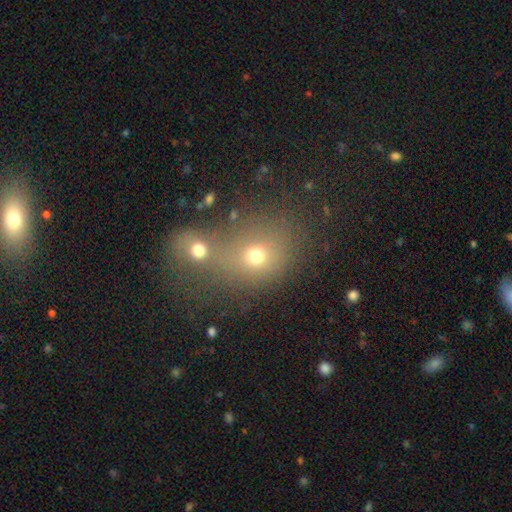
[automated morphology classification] smooth-or-featured: smooth: 67% | star or artifact: 20% | featured or disk: 14%
  how-rounded: round: 66% | in between: 33% | cigar-shaped: 1%
  merging: merger: 55% | none: 33% | minor disturbance: 7% | major disturbance: 5%